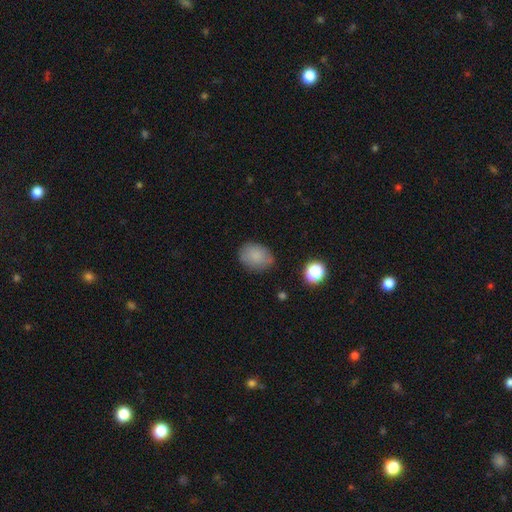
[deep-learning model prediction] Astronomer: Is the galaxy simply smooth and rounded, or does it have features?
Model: smooth — 83%.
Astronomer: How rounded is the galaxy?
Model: in between — 61% (runner-up: round, 38%).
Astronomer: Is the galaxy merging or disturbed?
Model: none — 76%.